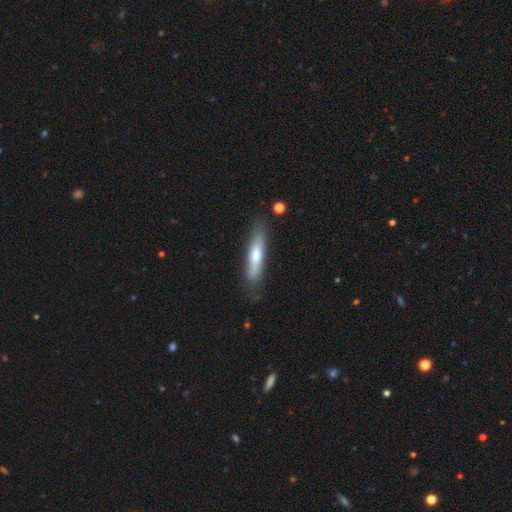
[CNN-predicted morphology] The model was most divided on "smooth or featured": smooth: 56%, featured or disk: 38%, star or artifact: 6%. More confident: merging — none (80%); how rounded — cigar-shaped (79%).